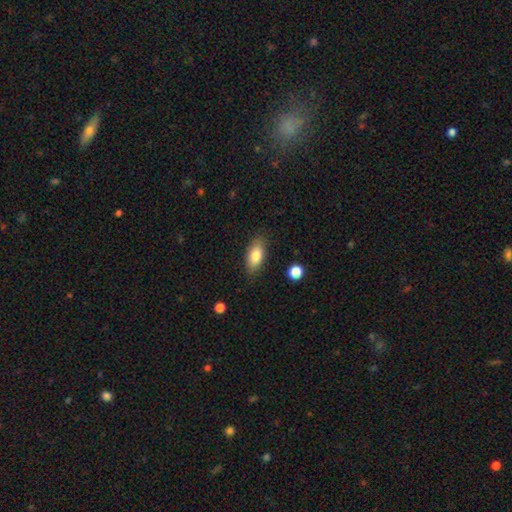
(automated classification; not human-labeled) Smooth or featured?
  - smooth: 81% *
  - featured or disk: 13%
  - star or artifact: 7%
How rounded?
  - in between: 87% *
  - cigar-shaped: 9%
  - round: 4%
Merging?
  - none: 84% *
  - minor disturbance: 12%
  - major disturbance: 3%
  - merger: 1%